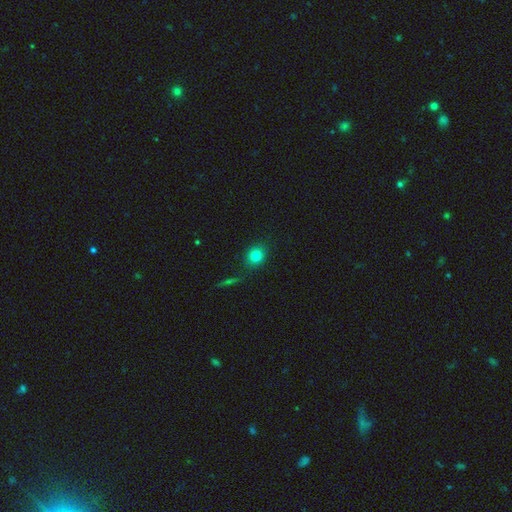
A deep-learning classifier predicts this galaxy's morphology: Smooth or featured? Predicted: smooth (p=0.80). How rounded? Predicted: round (p=0.70). Merging? Predicted: none (p=0.86).